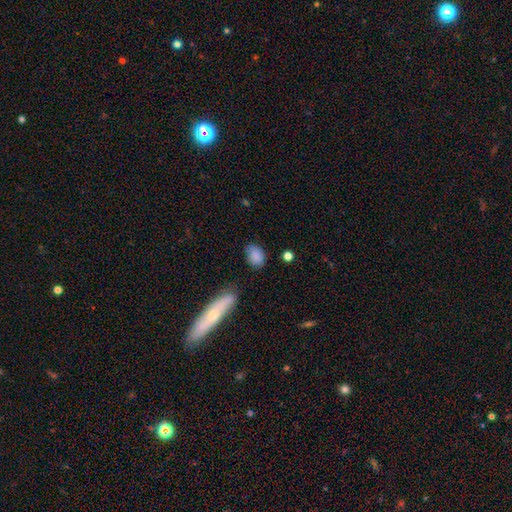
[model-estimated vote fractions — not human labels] Morphology: type=smooth (84%); roundness=in between (79%); merging=none (65%).